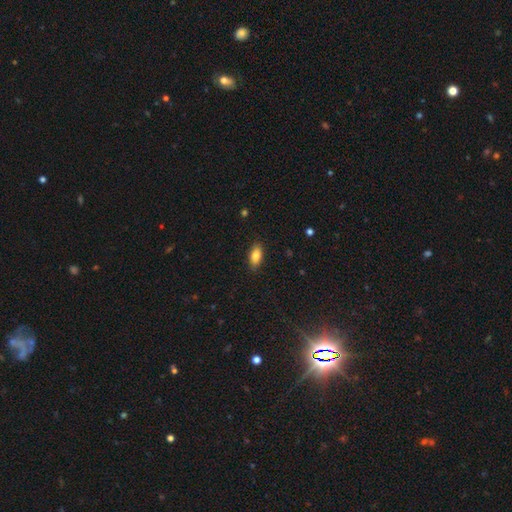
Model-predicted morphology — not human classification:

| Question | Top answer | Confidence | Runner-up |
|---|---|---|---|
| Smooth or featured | smooth | 81% | featured or disk (11%) |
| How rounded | in between | 85% | cigar-shaped (11%) |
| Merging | none | 86% | minor disturbance (11%) |